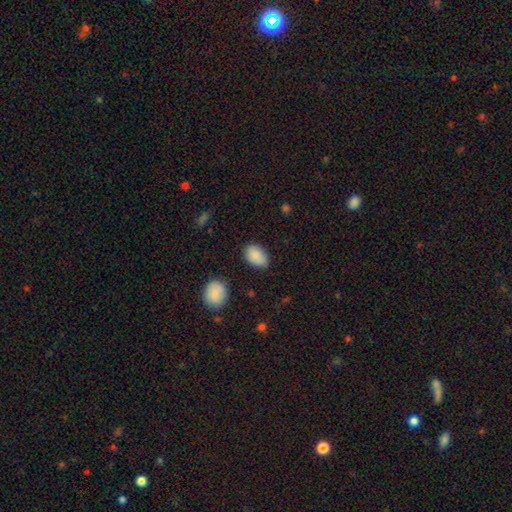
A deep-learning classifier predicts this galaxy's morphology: The model was most divided on "merging": none: 73%, minor disturbance: 21%, major disturbance: 4%, merger: 2%. More confident: smooth or featured — smooth (88%); how rounded — in between (87%).